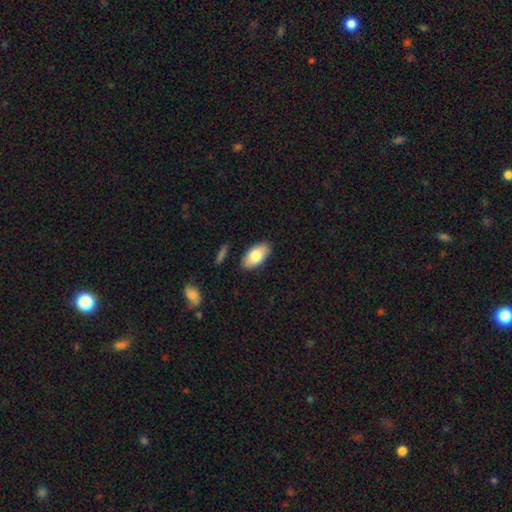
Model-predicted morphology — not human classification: Overall: smooth (79%). How rounded: in between (94%). Merging: none (87%).